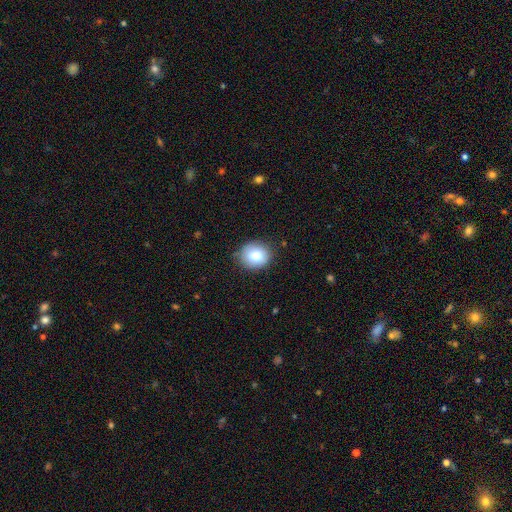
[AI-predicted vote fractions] A smooth galaxy with no disk features (81%) that is round (76%).

Vote fractions:
- Smooth or featured? smooth: 81% / featured or disk: 10% / star or artifact: 9%
- How rounded? round: 76% / in between: 23% / cigar-shaped: 1%
- Merging? none: 81% / minor disturbance: 15% / major disturbance: 3% / merger: 1%